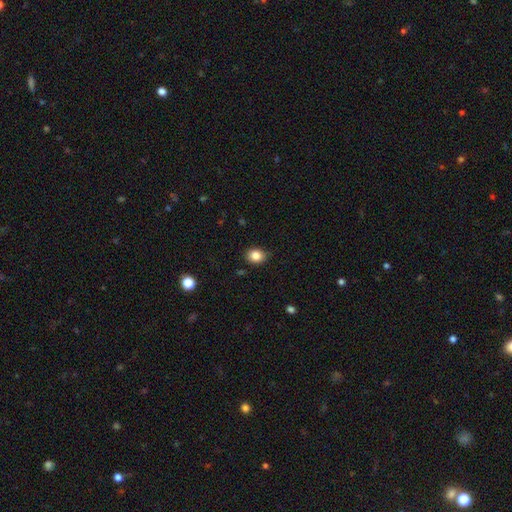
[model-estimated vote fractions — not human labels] smooth 85%, star or artifact 10%, featured or disk 5%. Down the decision tree: how rounded — round (54%); merging — none (85%).